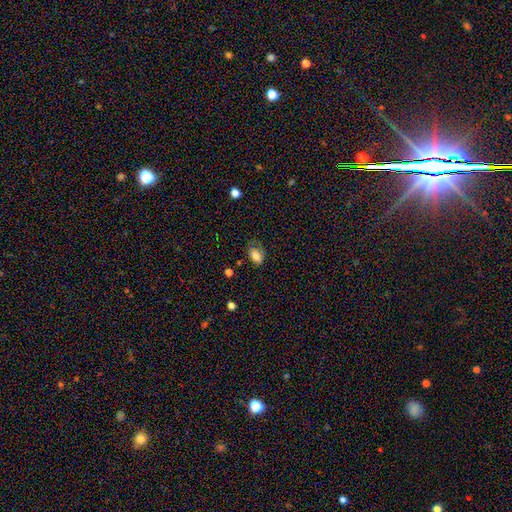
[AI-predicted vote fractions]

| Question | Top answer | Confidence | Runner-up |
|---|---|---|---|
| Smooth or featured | smooth | 83% | star or artifact (10%) |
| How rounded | in between | 87% | round (12%) |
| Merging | none | 58% | minor disturbance (29%) |